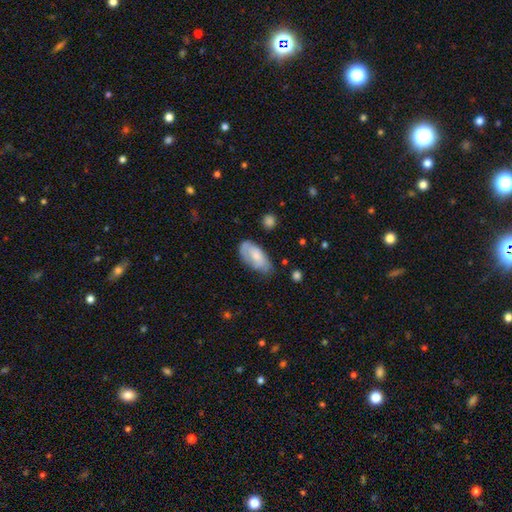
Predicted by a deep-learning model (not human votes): smooth-or-featured: smooth: 68% | featured or disk: 26% | star or artifact: 6%
  how-rounded: in between: 92% | cigar-shaped: 6% | round: 3%
  merging: none: 56% | minor disturbance: 32% | major disturbance: 9% | merger: 3%